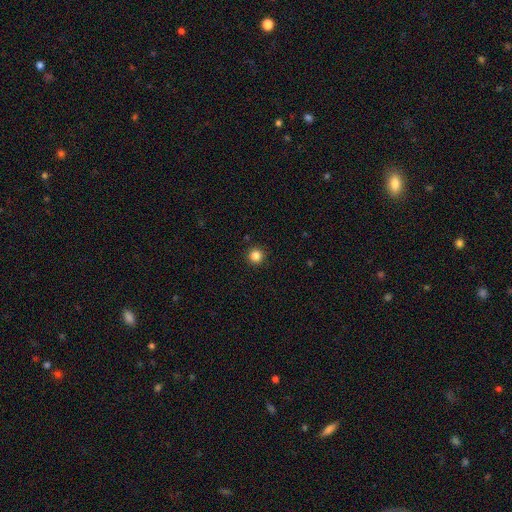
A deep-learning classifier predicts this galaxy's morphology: A smooth galaxy with no disk features (85%) that is round (96%).

Vote fractions:
- Smooth or featured? smooth: 85% / star or artifact: 12% / featured or disk: 3%
- How rounded? round: 96% / in between: 3% / cigar-shaped: 1%
- Merging? none: 92% / minor disturbance: 5% / major disturbance: 2% / merger: 1%